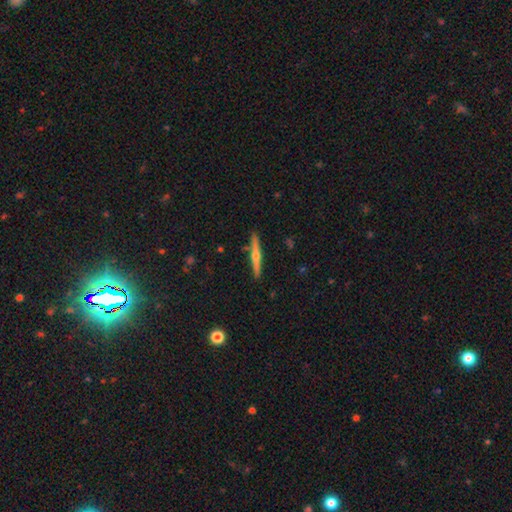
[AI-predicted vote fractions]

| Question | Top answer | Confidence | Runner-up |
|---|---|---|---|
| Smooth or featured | featured or disk | 67% | smooth (27%) |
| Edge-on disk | yes | 97% | no (3%) |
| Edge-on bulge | rounded | 92% | none (5%) |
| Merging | none | 89% | minor disturbance (8%) |